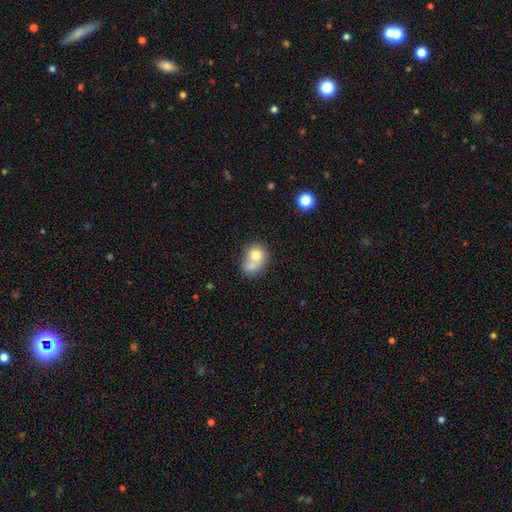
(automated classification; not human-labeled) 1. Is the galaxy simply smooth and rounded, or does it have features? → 73% smooth, 18% featured or disk, 9% star or artifact.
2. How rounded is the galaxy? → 56% round, 43% in between, 1% cigar-shaped.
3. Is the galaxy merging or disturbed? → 49% merger, 27% none, 15% minor disturbance, 10% major disturbance.